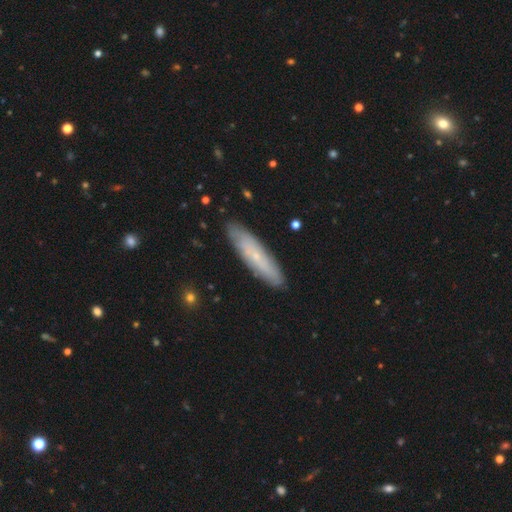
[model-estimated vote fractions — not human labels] smooth_or_featured: smooth (p=0.49) [alt: featured or disk p=0.44]
merging: none (p=0.87) [alt: minor disturbance p=0.10]